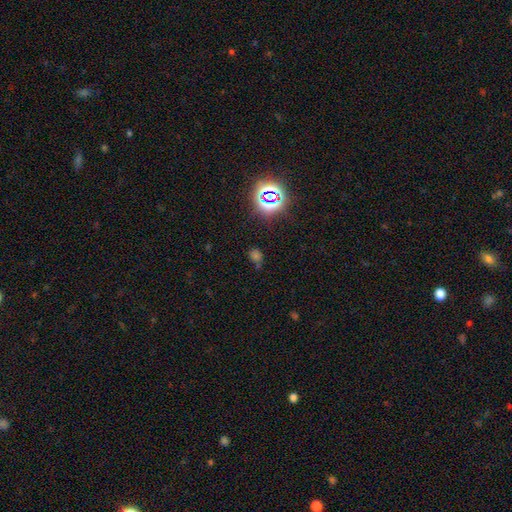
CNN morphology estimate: A star or artifact, not a galaxy (53%).

Vote fractions:
- Smooth or featured? star or artifact: 53% / smooth: 39% / featured or disk: 8%